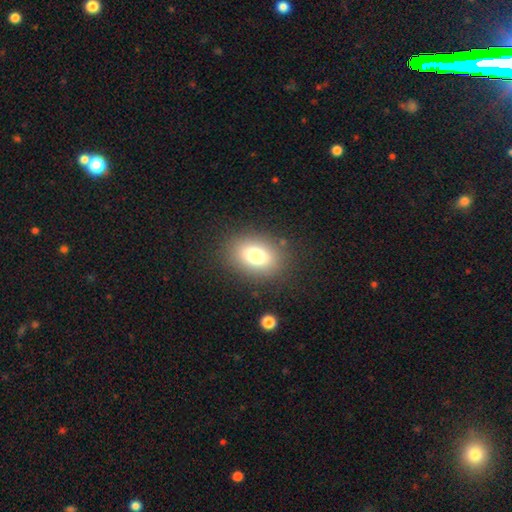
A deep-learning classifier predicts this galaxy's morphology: smooth_or_featured: smooth (p=0.76) [alt: featured or disk p=0.12]
how_rounded: in between (p=0.76) [alt: round p=0.22]
merging: none (p=0.84) [alt: minor disturbance p=0.10]